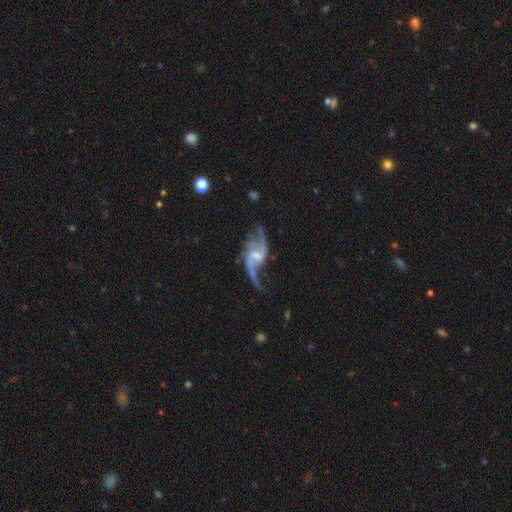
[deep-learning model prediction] This is clearly a featured or disk galaxy (89%). It is clearly not viewed edge-on (97%). Bar: possibly weak (56%). Spiral arm pattern: clearly yes (96%). Spiral arm count: clearly 2 (87%). Spiral winding: clearly loose (82%). Central bulge: possibly small (48%). Merging: possibly none (57%).